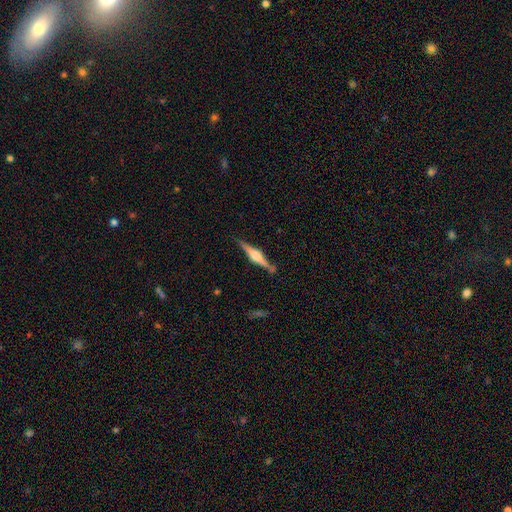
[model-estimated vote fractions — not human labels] This is likely a featured or disk galaxy (79%). It is clearly viewed edge-on (98%). Edge-on bulge: clearly rounded (85%). Merging: clearly none (85%).